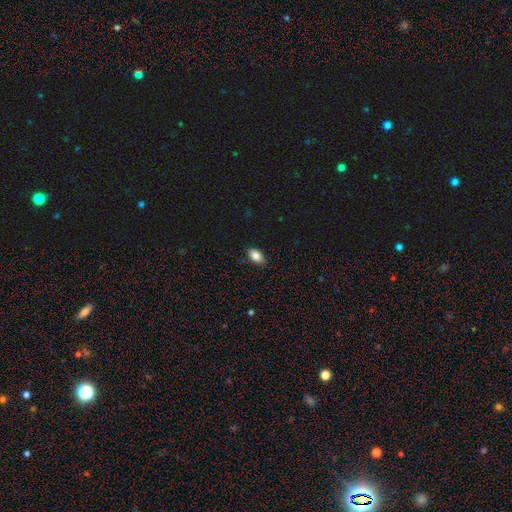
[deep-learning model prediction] A smooth galaxy with no disk features (85%) that is in between round and cigar-shaped (90%). Merging: none (84%).